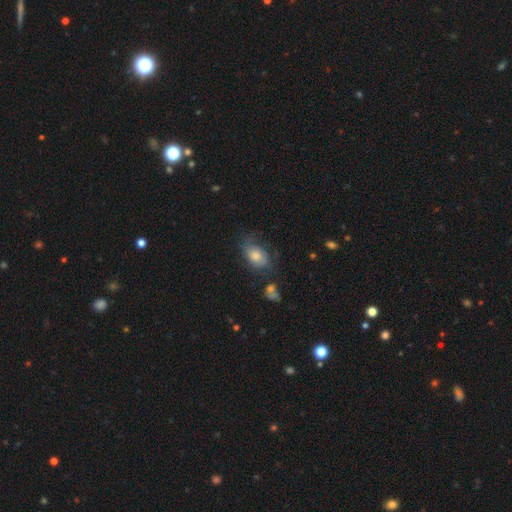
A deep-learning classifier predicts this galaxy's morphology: The model was most divided on "merging": none: 57%, minor disturbance: 25%, major disturbance: 14%, merger: 5%. More confident: how rounded — in between (82%); smooth or featured — smooth (61%).